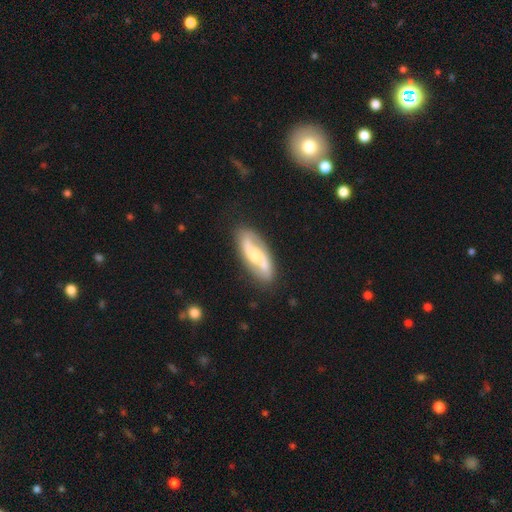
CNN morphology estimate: Q: Smooth or featured?
A: featured or disk (76%); runner-up: smooth (19%)
Q: Edge-on disk?
A: no (91%); runner-up: yes (9%)
Q: Bar?
A: weak (40%); runner-up: no (37%)
Q: Spiral arms?
A: yes (92%); runner-up: no (8%)
Q: Spiral winding?
A: loose (48%); runner-up: medium (38%)
Q: Spiral arm count?
A: 2 (90%); runner-up: can't tell (5%)
Q: Bulge size?
A: moderate (53%); runner-up: small (27%)
Q: Merging?
A: none (81%); runner-up: minor disturbance (13%)